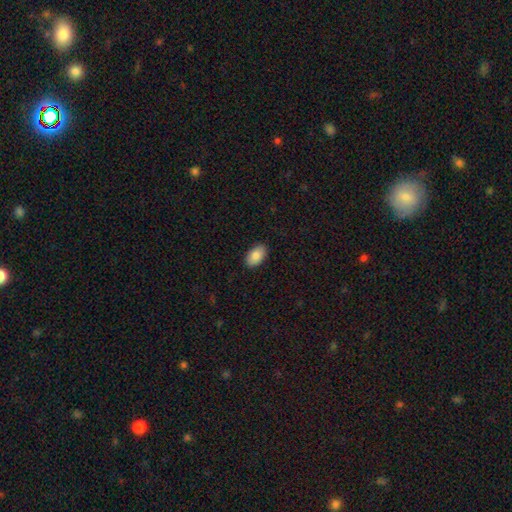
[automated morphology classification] This appears to be a smooth galaxy with no disk features (86%) that is in between round and cigar-shaped (94%). Merging: none (90%).